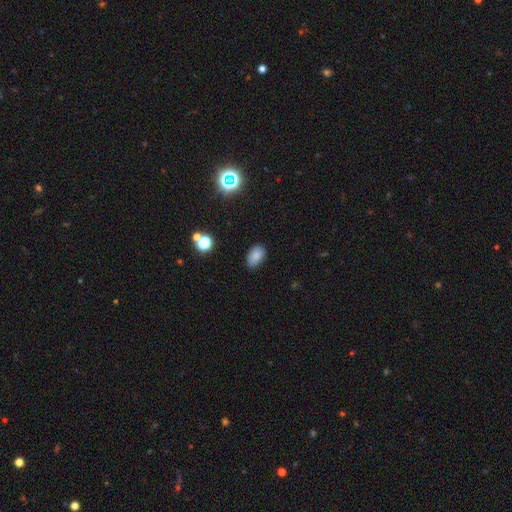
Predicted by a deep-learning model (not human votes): The model was most divided on "merging": none: 79%, minor disturbance: 16%, major disturbance: 3%, merger: 2%. More confident: how rounded — in between (89%); smooth or featured — smooth (82%).